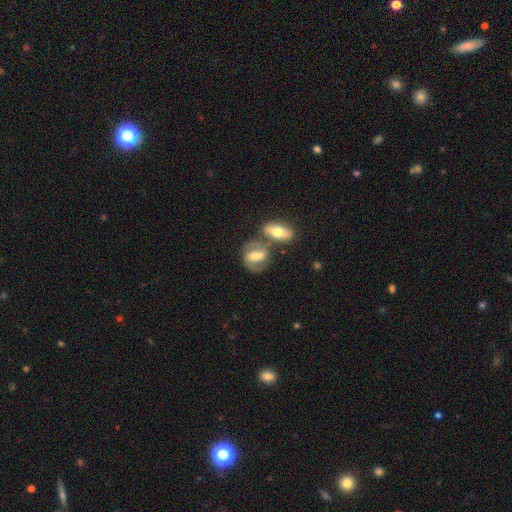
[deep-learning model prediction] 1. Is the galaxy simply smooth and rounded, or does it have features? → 57% featured or disk, 36% smooth, 7% star or artifact.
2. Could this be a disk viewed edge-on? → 92% no, 8% yes.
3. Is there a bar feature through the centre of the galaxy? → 45% strong, 38% weak, 17% no.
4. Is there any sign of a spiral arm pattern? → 72% yes, 28% no.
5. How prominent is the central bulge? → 66% moderate, 20% small, 10% large, 2% none, 1% dominant.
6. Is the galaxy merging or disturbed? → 57% none, 25% merger, 13% minor disturbance, 5% major disturbance.